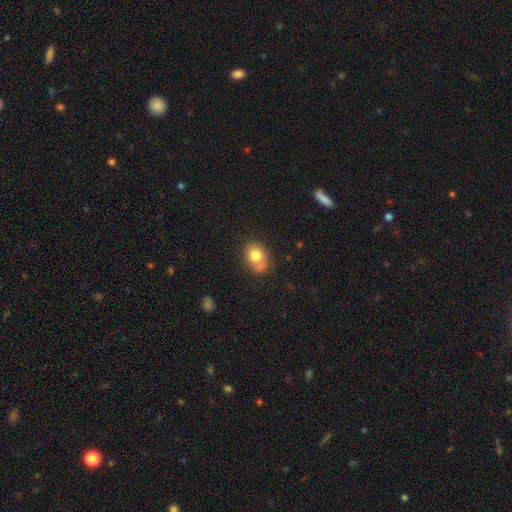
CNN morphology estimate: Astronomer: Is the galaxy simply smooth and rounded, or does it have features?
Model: smooth — 78%.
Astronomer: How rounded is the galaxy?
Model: round — 50% (runner-up: in between, 49%).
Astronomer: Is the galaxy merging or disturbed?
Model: none — 51%.